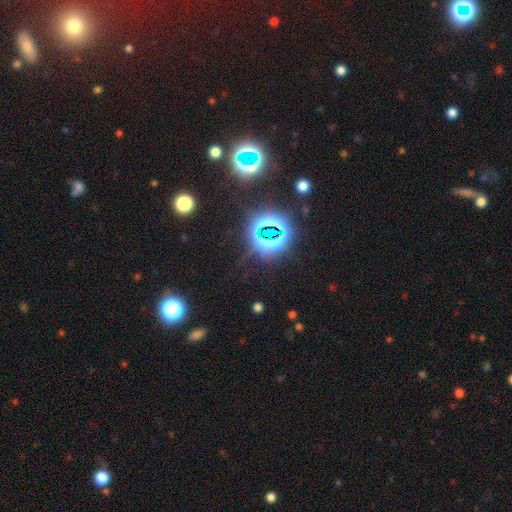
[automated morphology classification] A star or artifact, not a galaxy (80%).